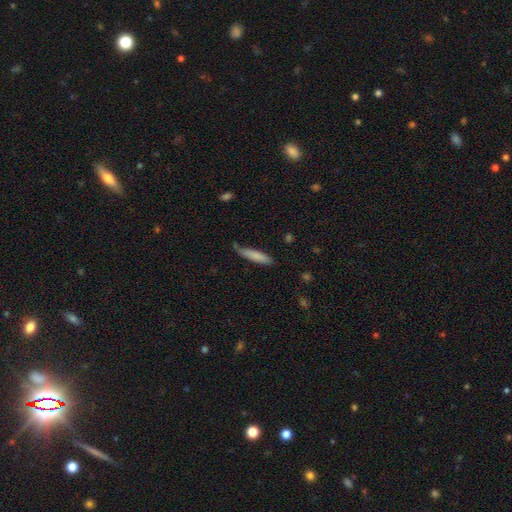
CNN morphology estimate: Overall: smooth (79%). How rounded: cigar-shaped (87%). Merging: none (70%).